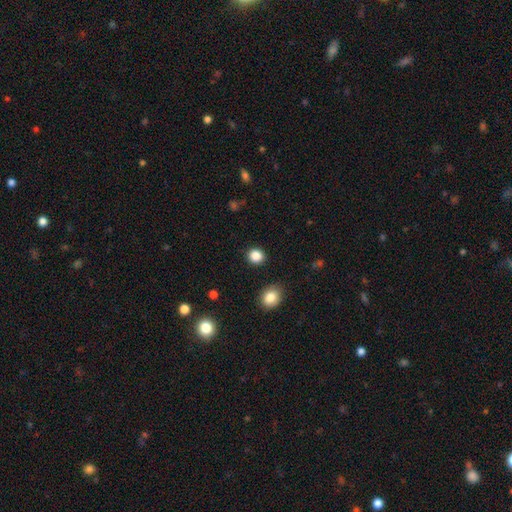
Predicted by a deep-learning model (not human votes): A smooth galaxy with no disk features (86%) that is round (87%). Merging: none (91%).